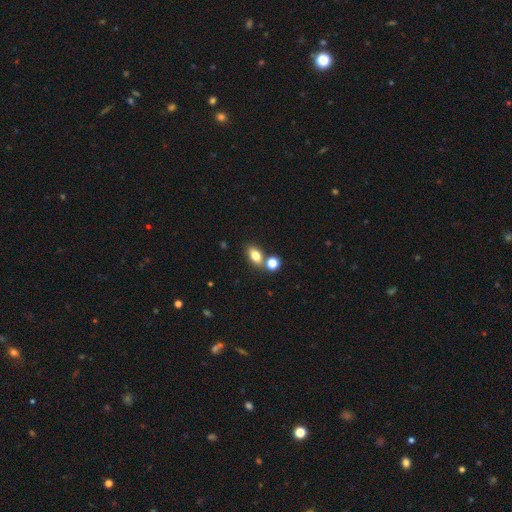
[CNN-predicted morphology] Q: Smooth or featured?
A: smooth (79%); runner-up: star or artifact (11%)
Q: How rounded?
A: in between (79%); runner-up: round (18%)
Q: Merging?
A: none (61%); runner-up: merger (25%)